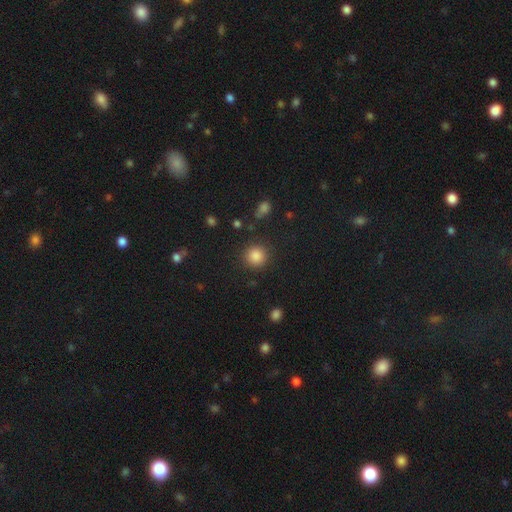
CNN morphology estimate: This appears to be a smooth galaxy with no disk features (86%) that is round (92%). Merging: none (89%).